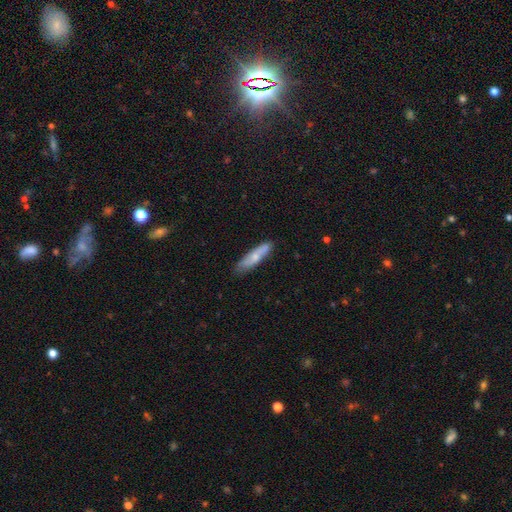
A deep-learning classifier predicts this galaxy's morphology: type=smooth (61%); roundness=cigar-shaped (73%); merging=none (79%).